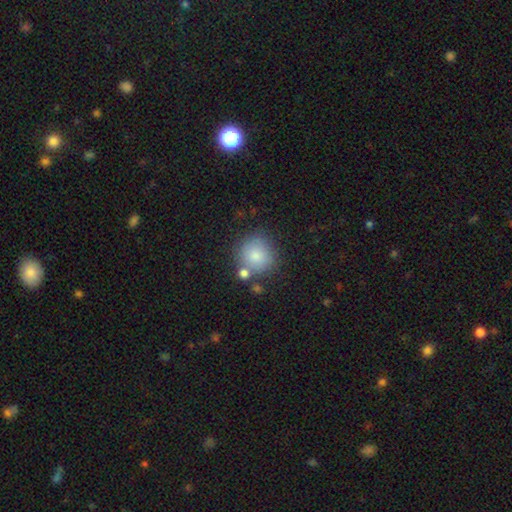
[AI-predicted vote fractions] This appears to be a smooth galaxy with no disk features (80%) that is round (91%). Merging: none (65%).